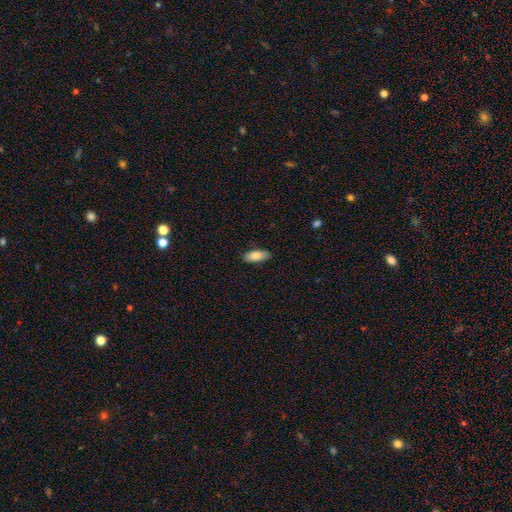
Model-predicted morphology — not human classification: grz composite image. It shows a smooth galaxy with no disk features (82%) that is in between round and cigar-shaped (81%). Merging: none (86%).